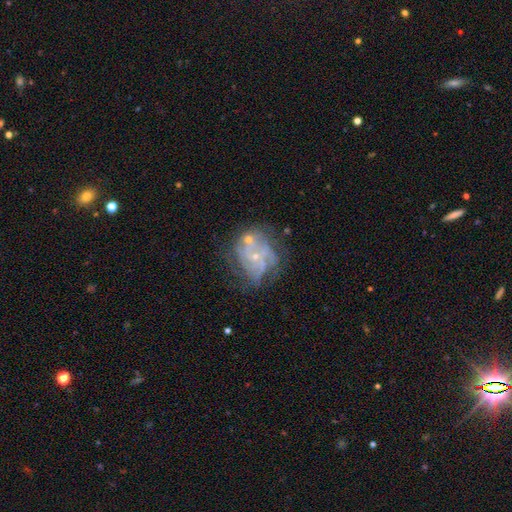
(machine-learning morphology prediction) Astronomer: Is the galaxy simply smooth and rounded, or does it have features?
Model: featured or disk — 77%.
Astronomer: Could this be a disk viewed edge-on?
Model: no — 98%.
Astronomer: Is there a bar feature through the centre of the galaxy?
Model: no — 77%.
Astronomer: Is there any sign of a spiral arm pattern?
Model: yes — 85%.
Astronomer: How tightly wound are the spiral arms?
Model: tight — 56% (runner-up: medium, 32%).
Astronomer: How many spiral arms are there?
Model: can't tell — 41% (runner-up: 4, 20%).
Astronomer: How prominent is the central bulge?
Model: small — 79%.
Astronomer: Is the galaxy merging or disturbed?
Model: none — 56%.